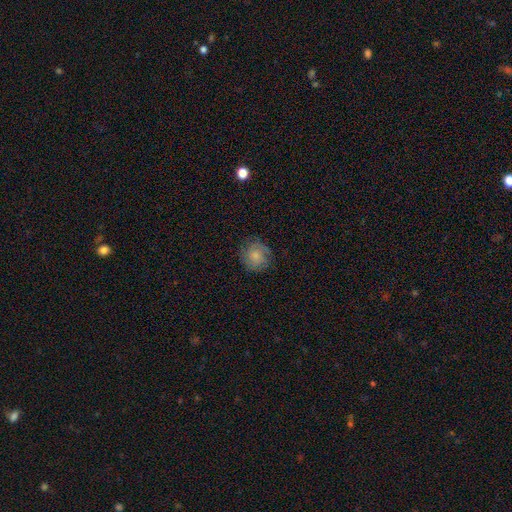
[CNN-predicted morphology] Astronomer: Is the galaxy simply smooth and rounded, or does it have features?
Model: smooth — 69%.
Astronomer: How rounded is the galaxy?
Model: round — 87%.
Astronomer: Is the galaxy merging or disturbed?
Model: none — 79%.